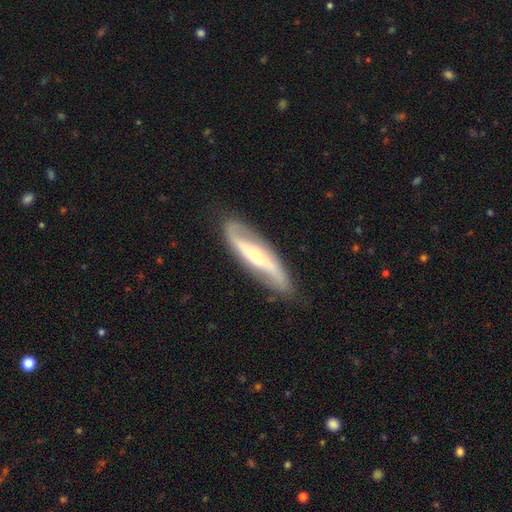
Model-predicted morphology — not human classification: Smooth or featured: featured or disk — 81% (smooth — 14%)
Edge-on disk: no — 79% (yes — 21%)
Bar: strong — 39% (no — 35%)
Spiral arms: yes — 91% (no — 9%)
Spiral winding: loose — 55% (medium — 30%)
Spiral arm count: 2 — 90% (can't tell — 5%)
Bulge size: small — 54% (moderate — 41%)
Merging: none — 82% (minor disturbance — 13%)